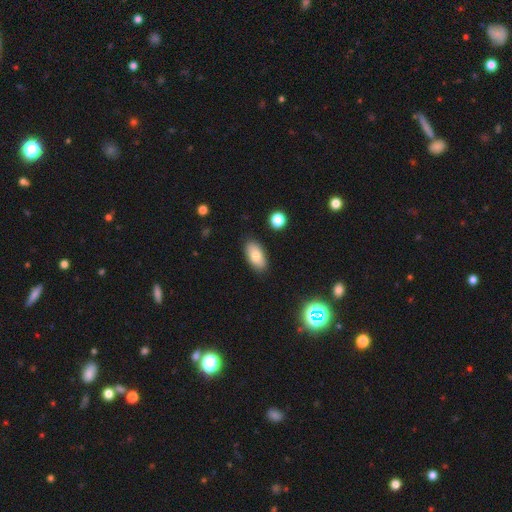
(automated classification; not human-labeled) smooth_or_featured: smooth (p=0.78) [alt: featured or disk p=0.14]
how_rounded: in between (p=0.92) [alt: cigar-shaped p=0.04]
merging: none (p=0.86) [alt: minor disturbance p=0.10]